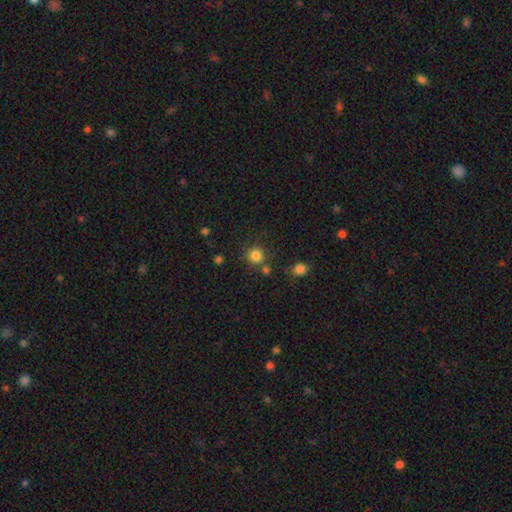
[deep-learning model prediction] Q: Smooth or featured?
A: smooth (82%); runner-up: star or artifact (13%)
Q: How rounded?
A: round (93%); runner-up: in between (6%)
Q: Merging?
A: none (77%); runner-up: merger (11%)